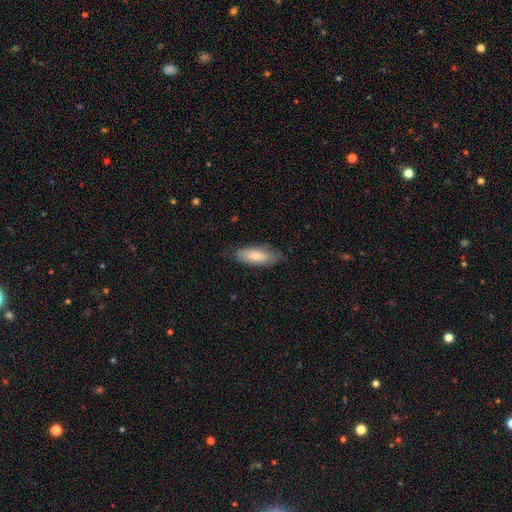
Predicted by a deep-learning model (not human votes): smooth 80%, featured or disk 14%, star or artifact 5%. Down the decision tree: how rounded — in between (69%); merging — none (78%).